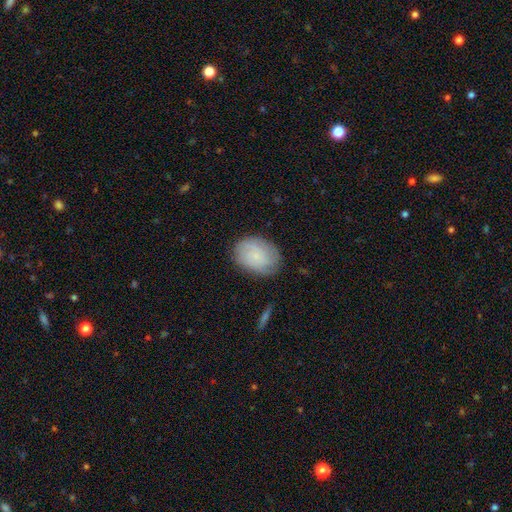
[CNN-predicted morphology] type=smooth (61%); roundness=in between (73%); merging=none (79%).